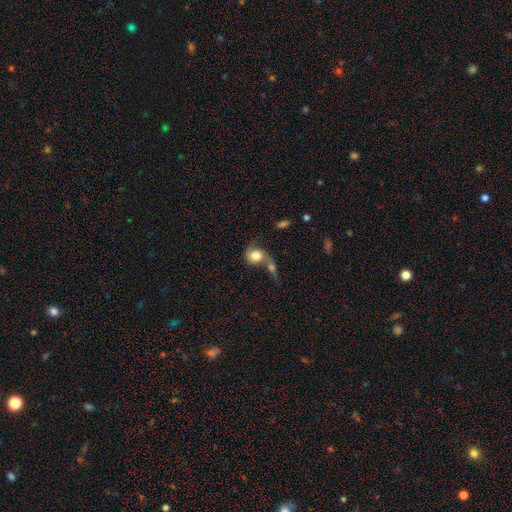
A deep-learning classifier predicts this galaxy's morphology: This is likely a smooth galaxy (64%). How rounded: likely round (66%). Merging: possibly merger (59%).